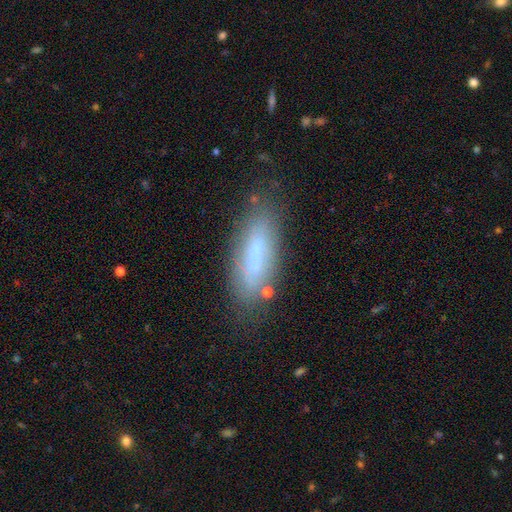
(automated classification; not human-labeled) A smooth galaxy with no disk features (66%) that is in between round and cigar-shaped (53%). Merging: none (77%).